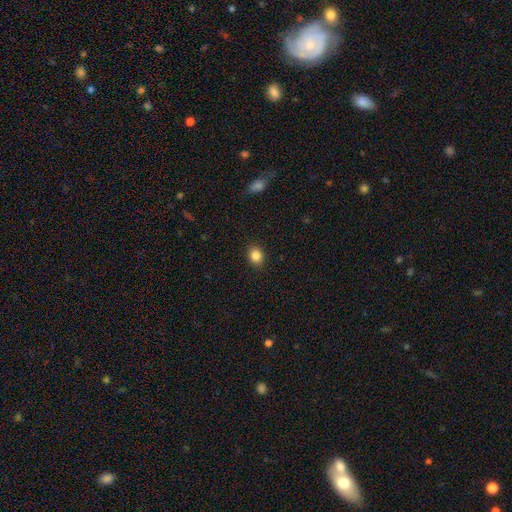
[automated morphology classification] This appears to be a smooth galaxy with no disk features (85%) that is round (54%). Merging: none (89%).